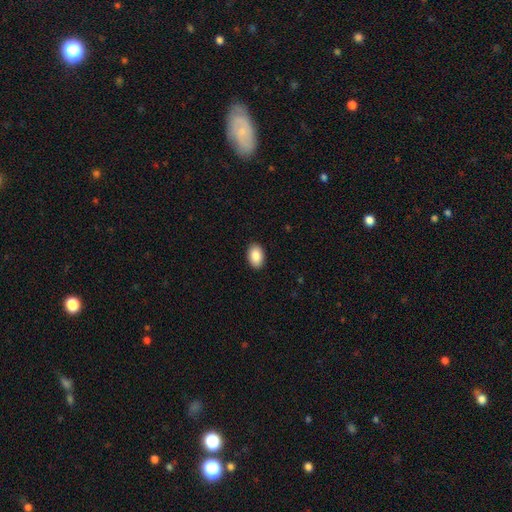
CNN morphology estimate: The model was most divided on "smooth or featured": smooth: 89%, star or artifact: 7%, featured or disk: 5%. More confident: merging — none (91%); how rounded — in between (91%).